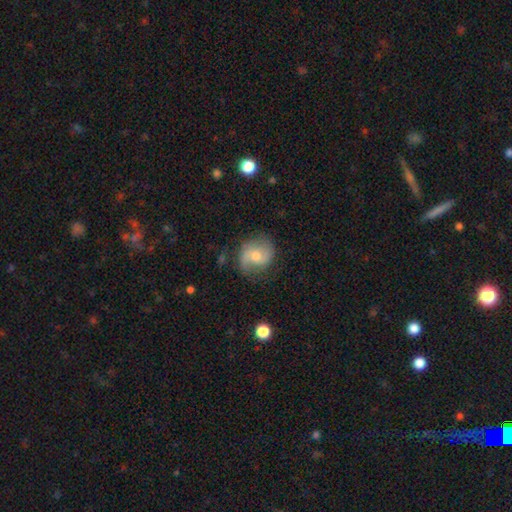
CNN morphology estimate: This appears to be a featured or disk galaxy (64%) with no bar (62%), 2 (80%) medium (45%) spiral arms (90%) and a moderate central bulge (62%). Merging: none (70%).